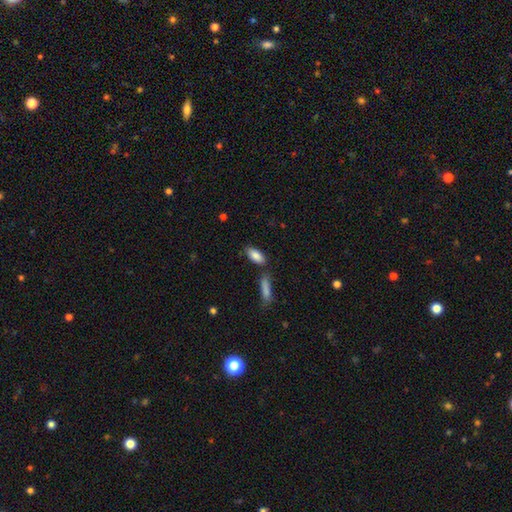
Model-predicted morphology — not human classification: A smooth galaxy with no disk features (86%) that is in between round and cigar-shaped (81%).

Vote fractions:
- Smooth or featured? smooth: 86% / featured or disk: 7% / star or artifact: 6%
- How rounded? in between: 81% / cigar-shaped: 17% / round: 2%
- Merging? none: 71% / merger: 13% / minor disturbance: 12% / major disturbance: 3%